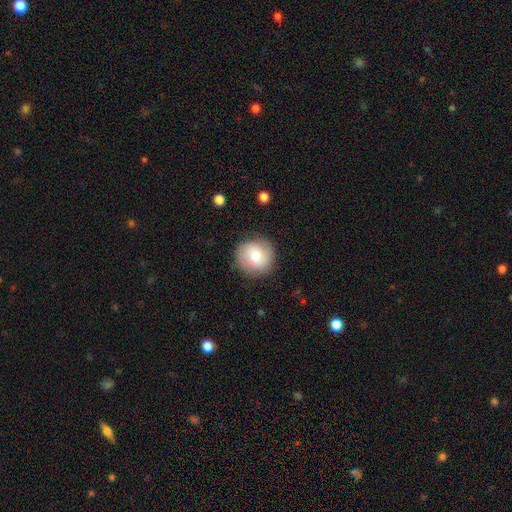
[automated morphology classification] smooth_or_featured: smooth (p=0.72) [alt: featured or disk p=0.21]
how_rounded: round (p=0.90) [alt: in between p=0.09]
merging: none (p=0.81) [alt: minor disturbance p=0.14]